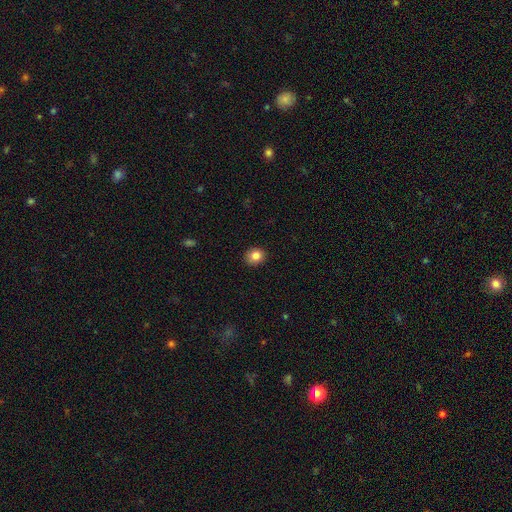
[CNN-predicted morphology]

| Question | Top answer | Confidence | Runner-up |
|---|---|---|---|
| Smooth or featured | smooth | 83% | star or artifact (10%) |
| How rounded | round | 78% | in between (21%) |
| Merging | none | 90% | minor disturbance (7%) |